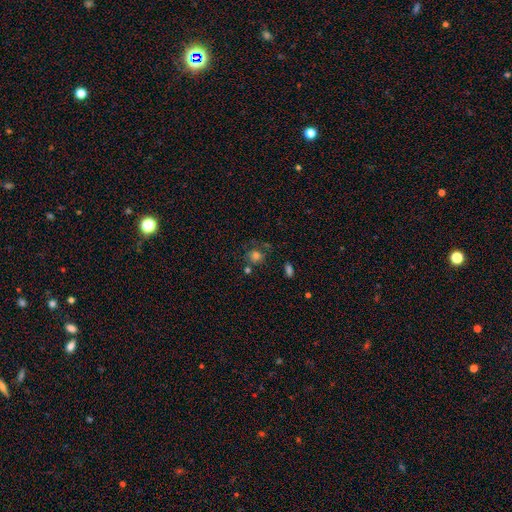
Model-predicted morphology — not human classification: smooth_or_featured: smooth (p=0.72) [alt: star or artifact p=0.17]
how_rounded: round (p=0.76) [alt: in between p=0.22]
merging: none (p=0.59) [alt: minor disturbance p=0.19]